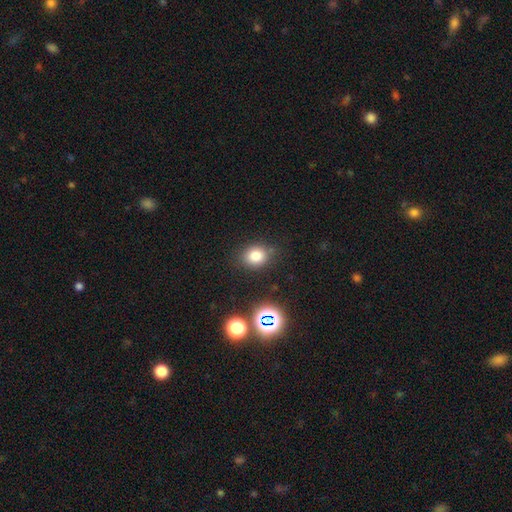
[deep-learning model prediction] This appears to be a smooth galaxy with no disk features (78%) that is round (60%). Merging: none (79%).